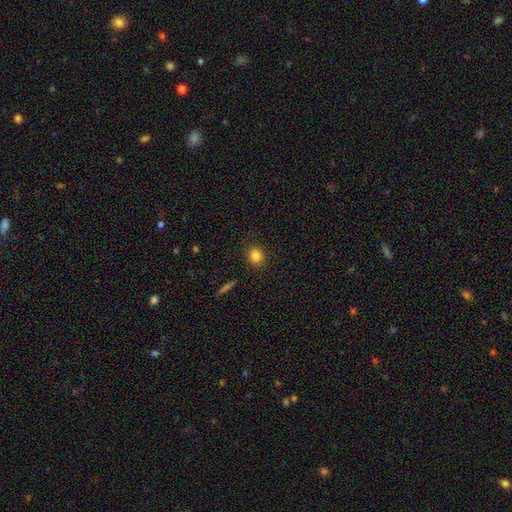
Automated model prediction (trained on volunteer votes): This appears to be a smooth galaxy with no disk features (83%) that is round (77%). Merging: none (90%).